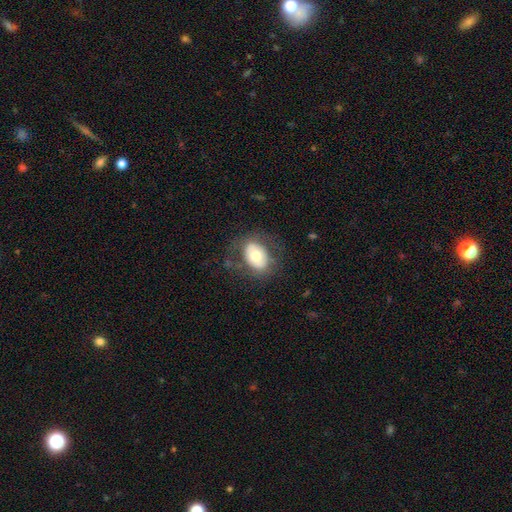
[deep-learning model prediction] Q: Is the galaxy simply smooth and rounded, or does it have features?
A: smooth — 60%.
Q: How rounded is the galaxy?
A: in between — 73%.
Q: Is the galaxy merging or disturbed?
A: none — 72%.